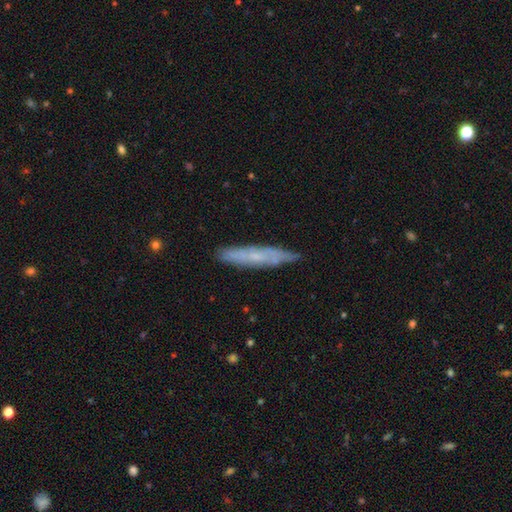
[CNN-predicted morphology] The model was most divided on "smooth or featured": featured or disk: 50%, smooth: 43%, star or artifact: 8%. More confident: merging — none (83%).